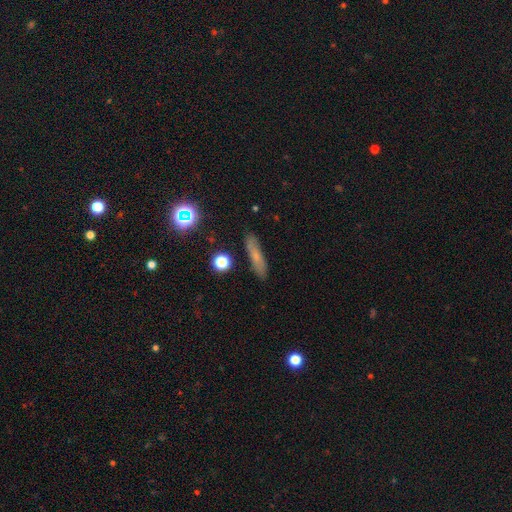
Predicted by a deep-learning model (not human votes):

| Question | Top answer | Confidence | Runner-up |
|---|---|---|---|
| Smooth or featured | smooth | 62% | featured or disk (25%) |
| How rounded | cigar-shaped | 78% | in between (17%) |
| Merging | none | 84% | minor disturbance (12%) |